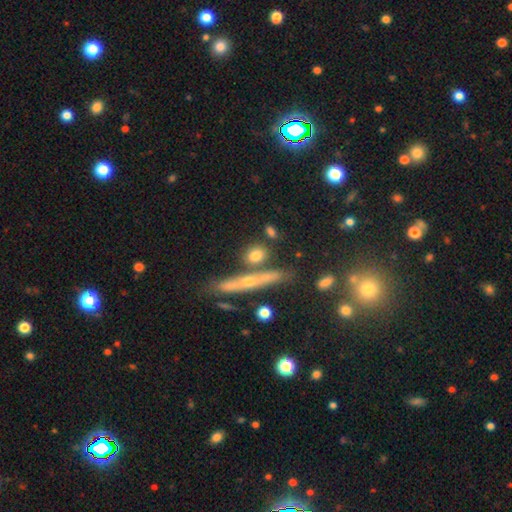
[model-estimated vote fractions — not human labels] Morphology: type=smooth (73%); roundness=round (40%); merging=none (68%).